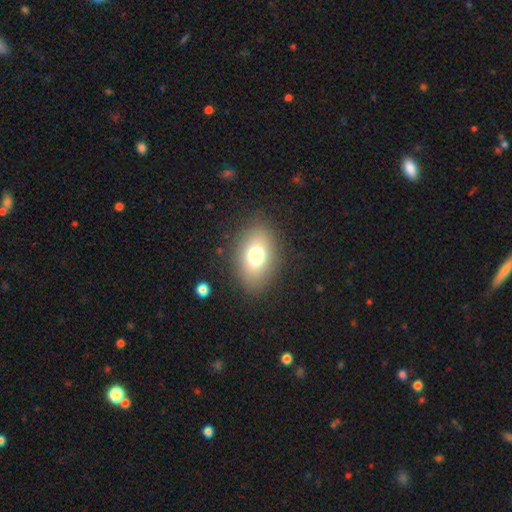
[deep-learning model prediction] A smooth galaxy with no disk features (74%) that is in between round and cigar-shaped (80%).

Vote fractions:
- Smooth or featured? smooth: 74% / featured or disk: 14% / star or artifact: 12%
- How rounded? in between: 80% / round: 19% / cigar-shaped: 1%
- Merging? none: 84% / minor disturbance: 10% / major disturbance: 5% / merger: 1%